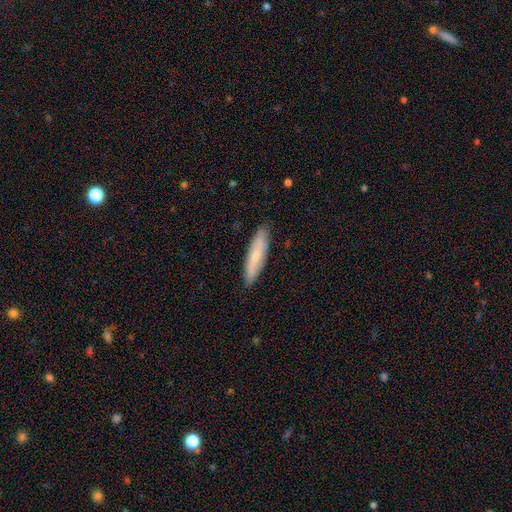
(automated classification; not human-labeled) smooth 59%, featured or disk 35%, star or artifact 6%. Down the decision tree: how rounded — cigar-shaped (76%); merging — none (87%).